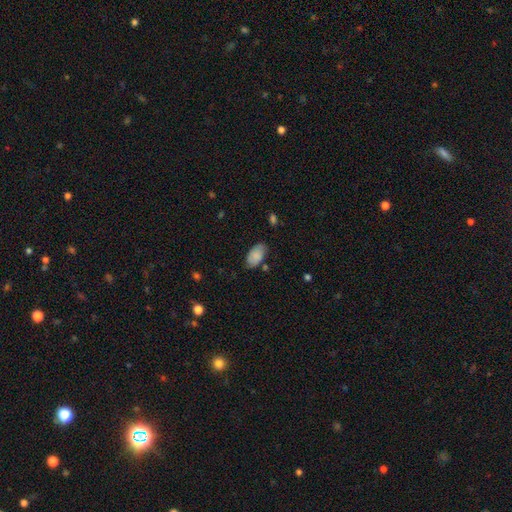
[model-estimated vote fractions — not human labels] This is clearly a smooth galaxy (80%). How rounded: clearly in between (95%). Merging: likely none (74%).